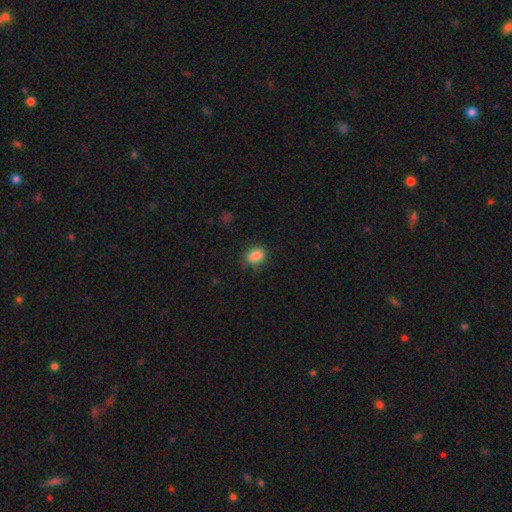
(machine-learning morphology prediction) Smooth or featured: smooth — 85% (star or artifact — 9%)
How rounded: in between — 73% (round — 26%)
Merging: none — 68% (minor disturbance — 24%)